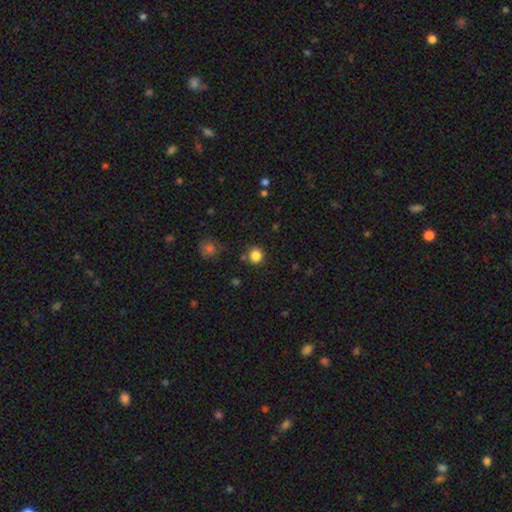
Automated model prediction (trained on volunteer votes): Smooth or featured: smooth — 84% (star or artifact — 12%)
How rounded: round — 92% (in between — 7%)
Merging: none — 85% (minor disturbance — 8%)